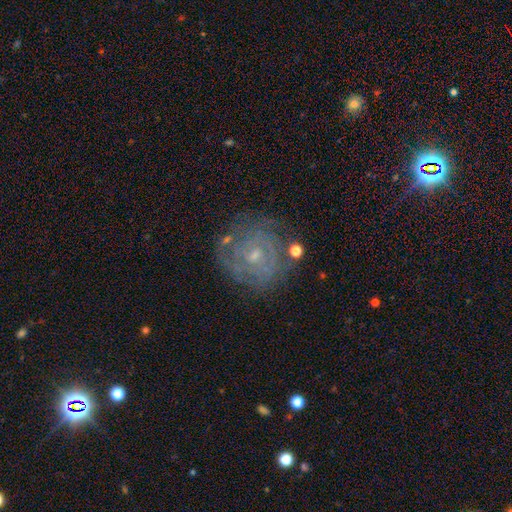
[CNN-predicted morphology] type=featured or disk (75%); edge-on=no (98%); bar=no (60%); spiral arms=yes (86%); winding=tight (71%); arm count=can't tell (44%); bulge=small (64%); merging=none (74%).